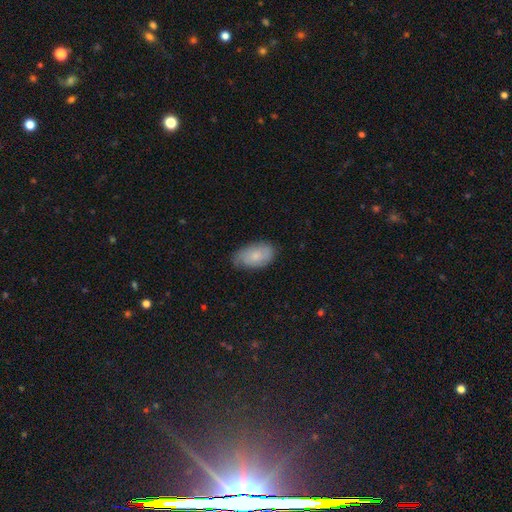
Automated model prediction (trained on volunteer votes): Smooth or featured? Predicted: smooth (p=0.66). How rounded? Predicted: in between (p=0.93). Merging? Predicted: none (p=0.66).